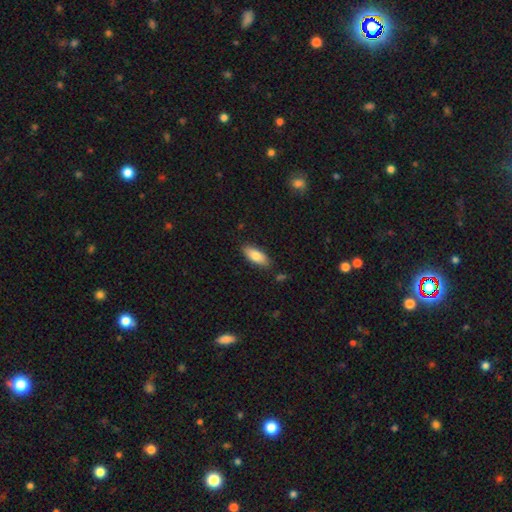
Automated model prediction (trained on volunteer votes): A smooth galaxy with no disk features (81%) that is in between round and cigar-shaped (82%). Merging: none (84%).